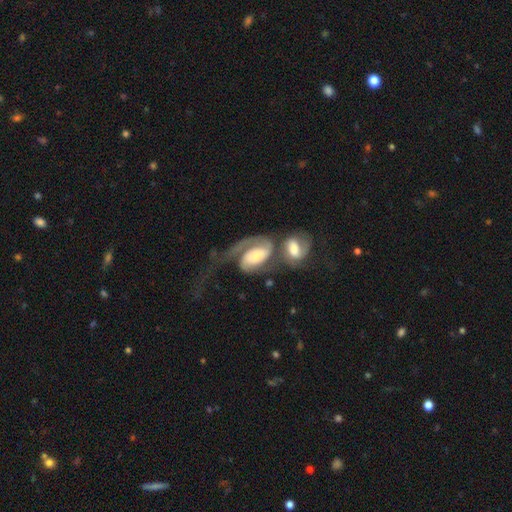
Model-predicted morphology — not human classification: Overall: featured or disk (76%). Edge-on disk: no (96%). Bar: no (44%; weak 34%). Spiral arms: yes (93%). Spiral arm count: 2 (52%; 1 35%). Spiral winding: medium (37%; loose 33%). Bulge size: moderate (46%; small 33%). Merging: merger (57%; major disturbance 22%).